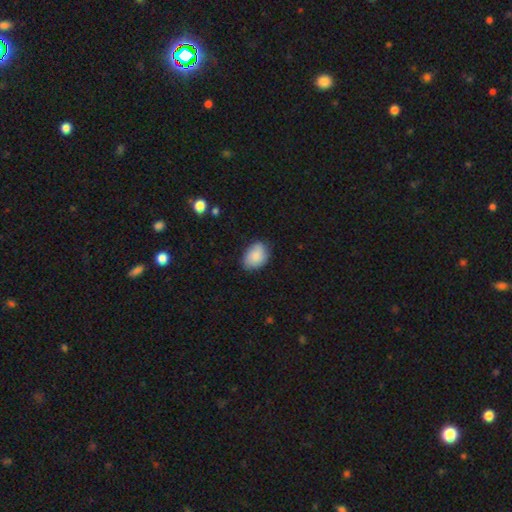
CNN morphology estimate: Overall: smooth (85%). How rounded: in between (79%). Merging: none (72%).